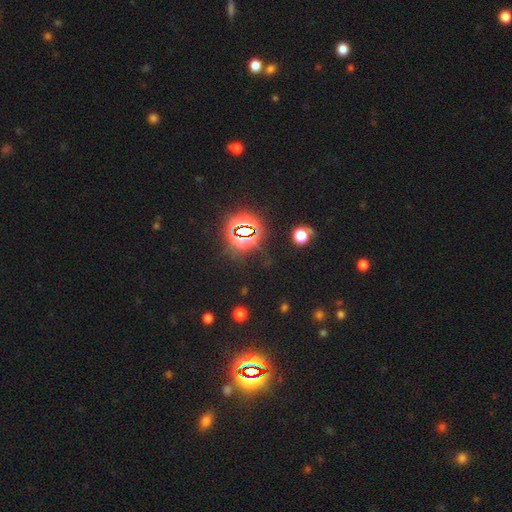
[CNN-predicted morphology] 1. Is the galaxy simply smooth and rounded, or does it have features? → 78% star or artifact, 15% smooth, 7% featured or disk.